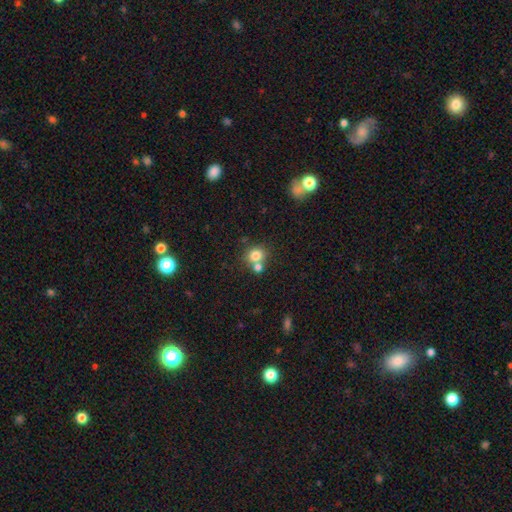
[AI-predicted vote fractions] smooth_or_featured: smooth (p=0.79) [alt: star or artifact p=0.12]
how_rounded: round (p=0.76) [alt: in between p=0.23]
merging: none (p=0.52) [alt: merger p=0.36]